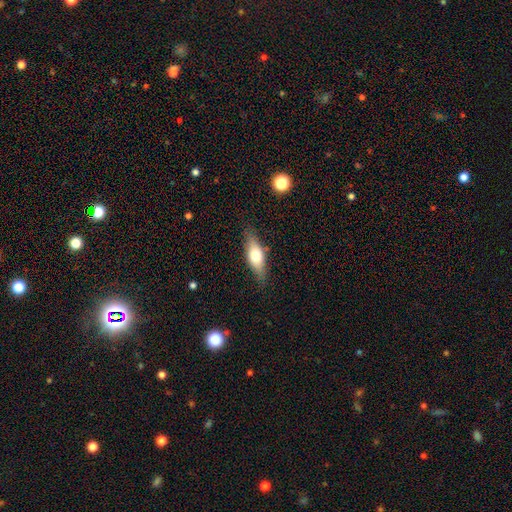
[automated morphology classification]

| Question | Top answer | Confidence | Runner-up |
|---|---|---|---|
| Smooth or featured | smooth | 59% | featured or disk (34%) |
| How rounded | in between | 63% | cigar-shaped (34%) |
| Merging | none | 81% | minor disturbance (14%) |